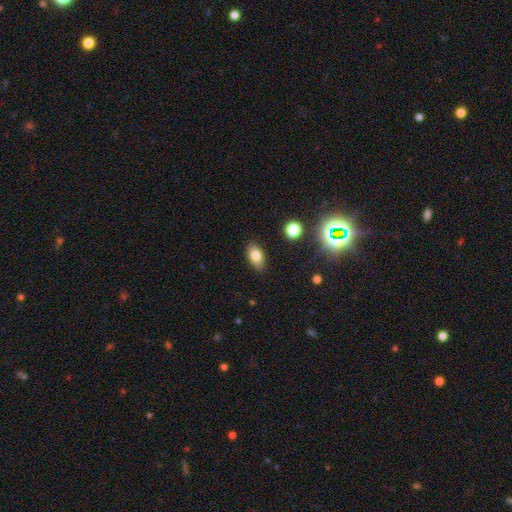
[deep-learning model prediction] Overall: smooth (80%). How rounded: in between (90%). Merging: none (86%).